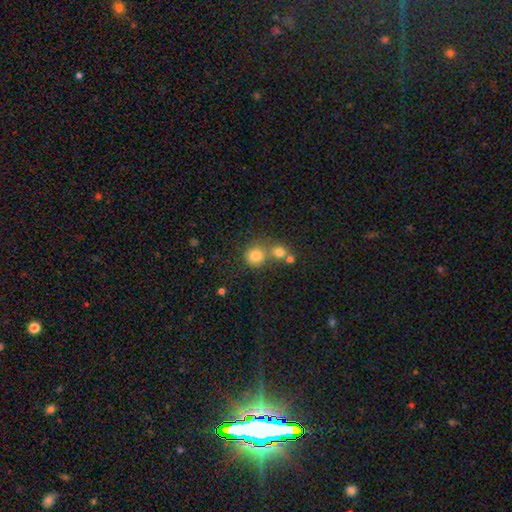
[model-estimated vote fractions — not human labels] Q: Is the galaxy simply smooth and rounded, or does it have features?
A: smooth — 79%.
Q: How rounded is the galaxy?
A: round — 86%.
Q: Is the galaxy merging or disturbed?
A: none — 54%.